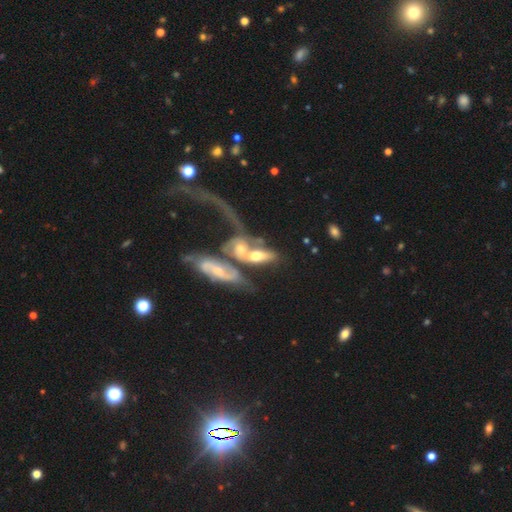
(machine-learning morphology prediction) smooth_or_featured: featured or disk (p=0.58) [alt: smooth p=0.34]
disk_edge_on: no (p=0.77) [alt: yes p=0.23]
merging: merger (p=0.70) [alt: major disturbance p=0.11]